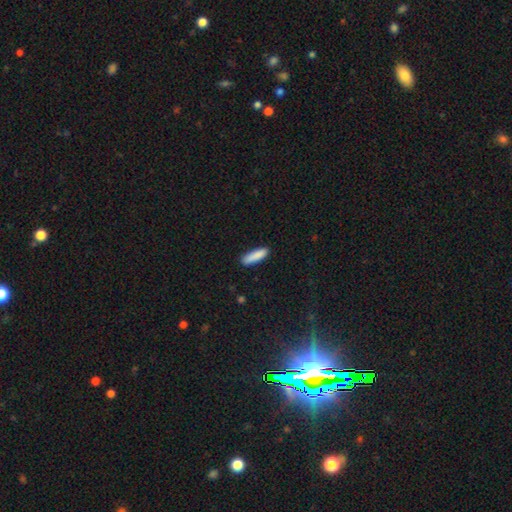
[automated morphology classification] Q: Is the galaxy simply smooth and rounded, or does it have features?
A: smooth — 88%.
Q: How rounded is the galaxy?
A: cigar-shaped — 69%.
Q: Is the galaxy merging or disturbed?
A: none — 88%.